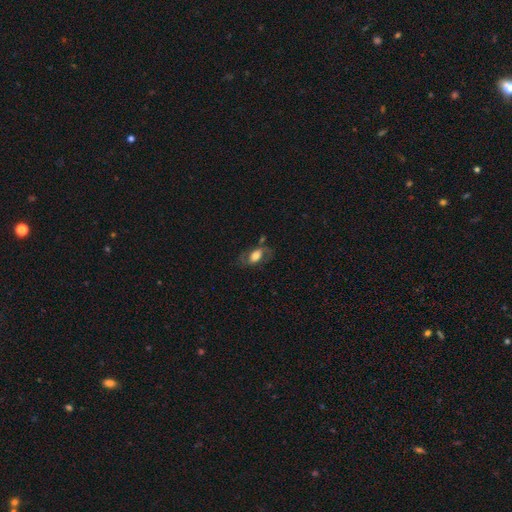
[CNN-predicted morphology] smooth_or_featured: smooth (p=0.49) [alt: featured or disk p=0.43]
merging: none (p=0.60) [alt: minor disturbance p=0.21]